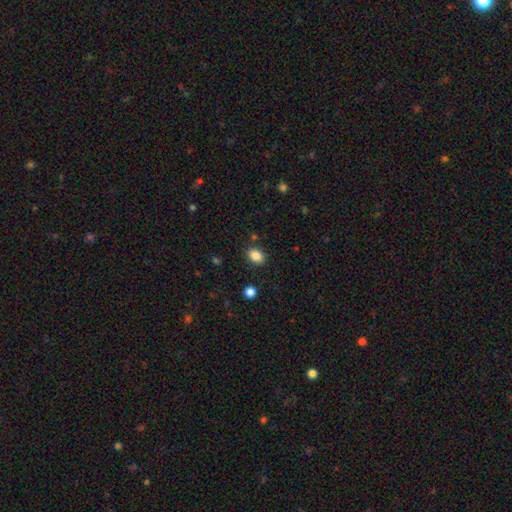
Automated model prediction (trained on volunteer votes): This appears to be a smooth galaxy with no disk features (86%) that is in between round and cigar-shaped (69%). Merging: none (86%).